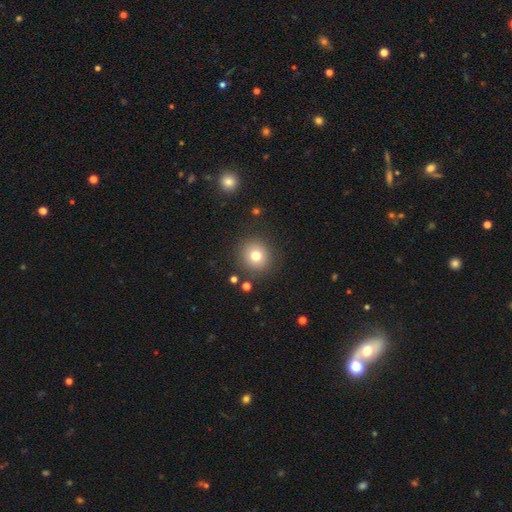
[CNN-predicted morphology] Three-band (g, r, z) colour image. It shows a smooth galaxy with no disk features (76%) that is round (93%). Merging: none (88%).